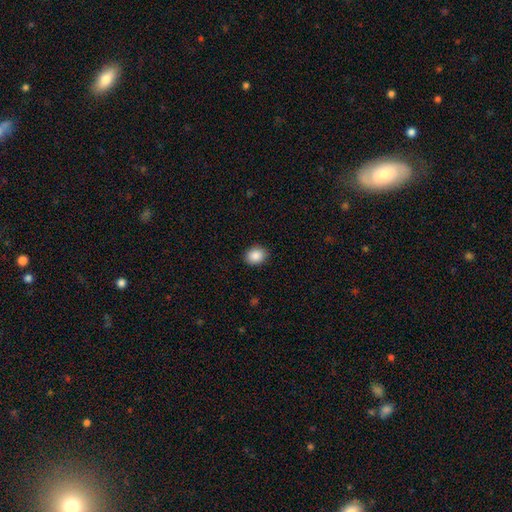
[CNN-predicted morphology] Smooth or featured: smooth — 88% (star or artifact — 8%)
How rounded: in between — 51% (round — 48%)
Merging: none — 90% (minor disturbance — 7%)